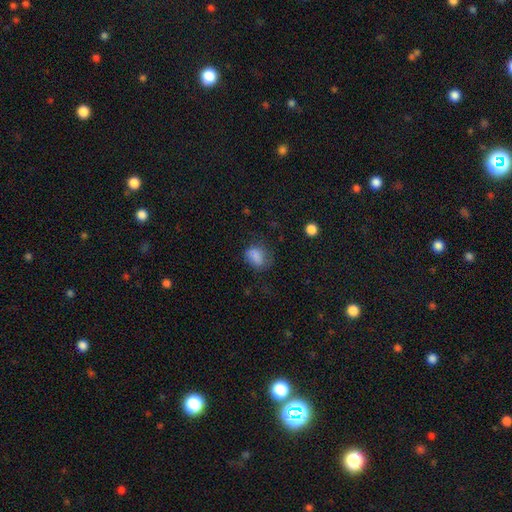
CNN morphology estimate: A smooth galaxy with no disk features (79%) that is in between round and cigar-shaped (59%). Merging: none (50%).